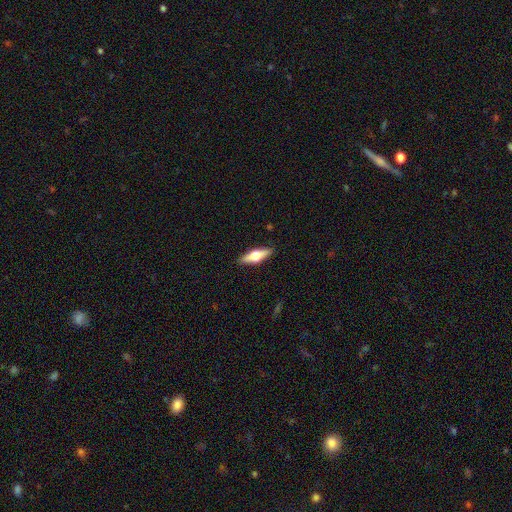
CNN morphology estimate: smooth-or-featured: featured or disk: 51% | smooth: 43% | star or artifact: 6%
  disk-edge-on: yes: 92% | no: 8%
  merging: none: 89% | minor disturbance: 8% | major disturbance: 2% | merger: 1%